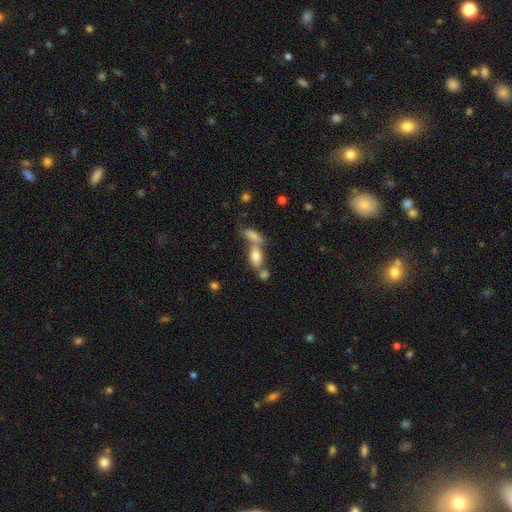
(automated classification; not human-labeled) Smooth or featured? smooth (76%)
How rounded? in between (82%)
Merging? merger (43%)